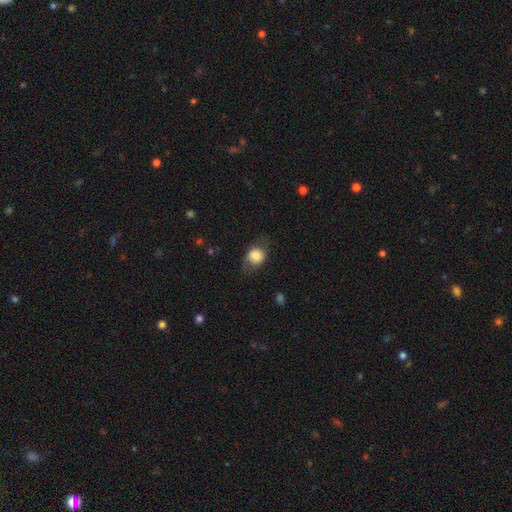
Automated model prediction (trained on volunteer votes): Smooth or featured? smooth (78%)
How rounded? round (55%)
Merging? none (66%)